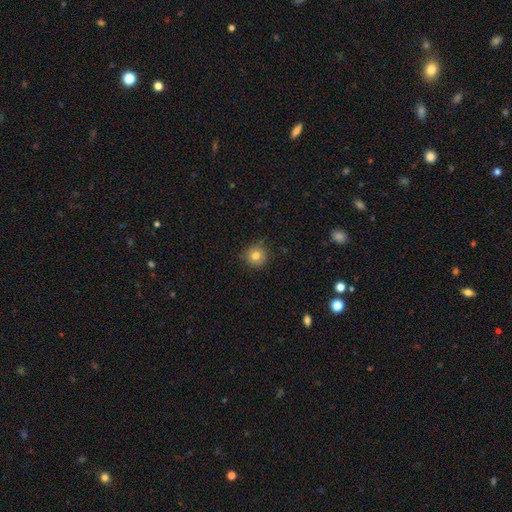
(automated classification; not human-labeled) A smooth galaxy with no disk features (80%) that is round (94%).

Vote fractions:
- Smooth or featured? smooth: 80% / star or artifact: 11% / featured or disk: 8%
- How rounded? round: 94% / in between: 5% / cigar-shaped: 1%
- Merging? none: 83% / minor disturbance: 14% / major disturbance: 3% / merger: 1%